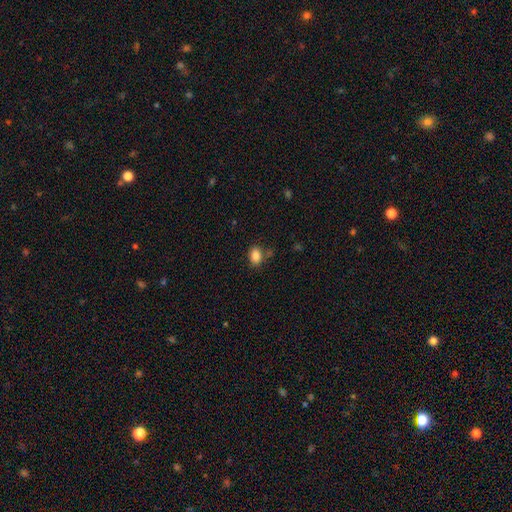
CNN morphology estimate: A smooth galaxy with no disk features (86%) that is in between round and cigar-shaped (78%). Merging: none (73%).